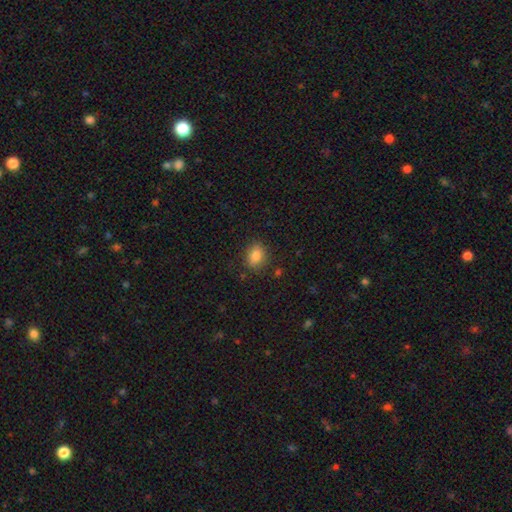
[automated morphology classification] This is clearly a smooth galaxy (85%). How rounded: likely in between (70%). Merging: clearly none (83%).